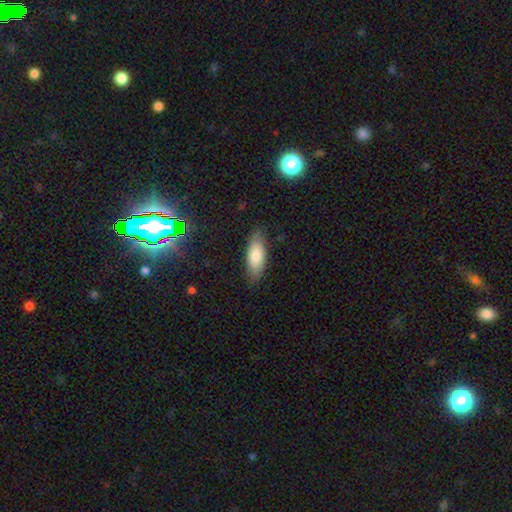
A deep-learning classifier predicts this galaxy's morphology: smooth-or-featured: smooth: 77% | featured or disk: 16% | star or artifact: 7%
  how-rounded: in between: 75% | cigar-shaped: 23% | round: 2%
  merging: none: 81% | minor disturbance: 15% | major disturbance: 3% | merger: 1%